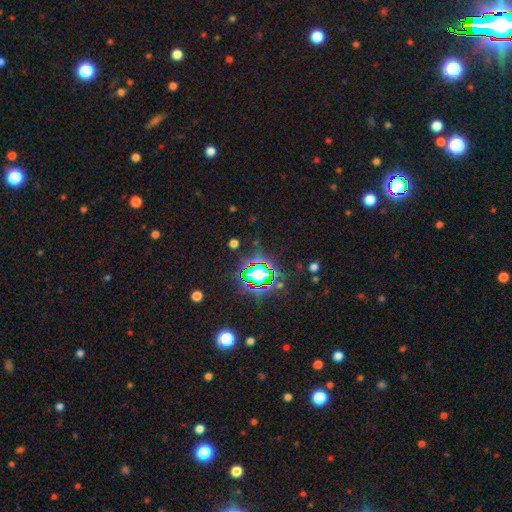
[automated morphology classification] Overall: star or artifact (83%).